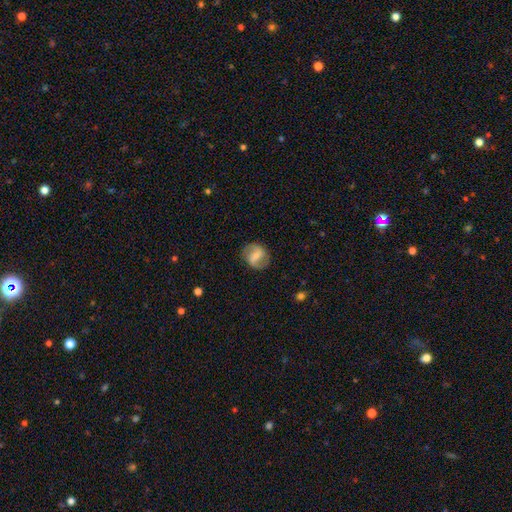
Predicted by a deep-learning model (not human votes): Smooth or featured: featured or disk — 64% (smooth — 29%)
Edge-on disk: no — 97% (yes — 3%)
Bar: strong — 48% (weak — 39%)
Spiral arms: yes — 82% (no — 18%)
Spiral winding: medium — 43% (loose — 35%)
Spiral arm count: 2 — 87% (can't tell — 7%)
Bulge size: small — 46% (moderate — 36%)
Merging: none — 81% (minor disturbance — 12%)